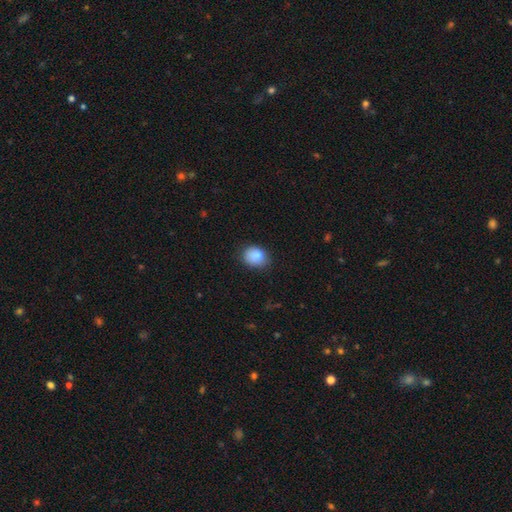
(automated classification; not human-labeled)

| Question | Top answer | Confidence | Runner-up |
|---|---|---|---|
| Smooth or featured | smooth | 86% | star or artifact (8%) |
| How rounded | round | 50% | in between (49%) |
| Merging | none | 76% | minor disturbance (20%) |